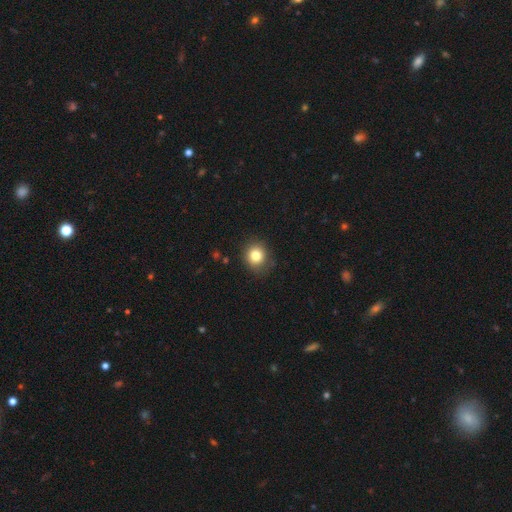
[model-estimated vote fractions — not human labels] Smooth or featured? Predicted: smooth (p=0.81). How rounded? Predicted: round (p=0.82). Merging? Predicted: none (p=0.84).